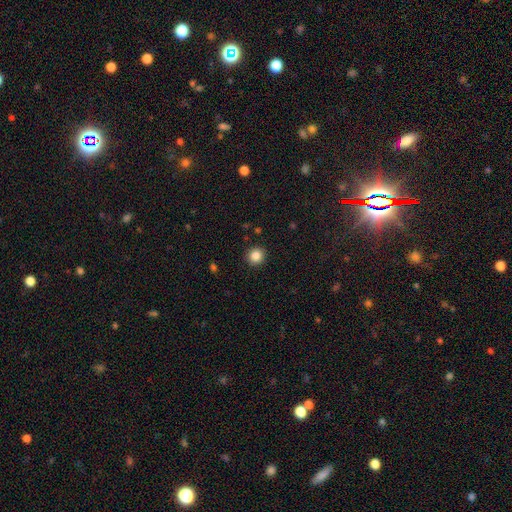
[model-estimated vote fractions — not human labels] Morphology: type=smooth (86%); roundness=round (92%); merging=none (92%).